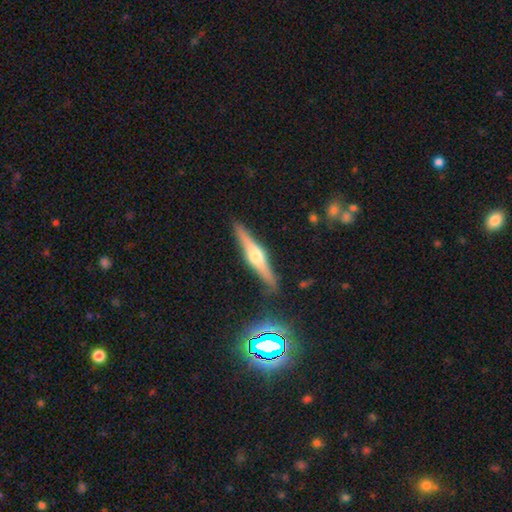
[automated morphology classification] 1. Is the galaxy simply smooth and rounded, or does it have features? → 71% featured or disk, 23% smooth, 7% star or artifact.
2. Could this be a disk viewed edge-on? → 97% yes, 3% no.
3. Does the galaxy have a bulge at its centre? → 91% rounded, 6% boxy, 3% none.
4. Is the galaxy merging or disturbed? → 87% none, 9% minor disturbance, 2% merger, 2% major disturbance.